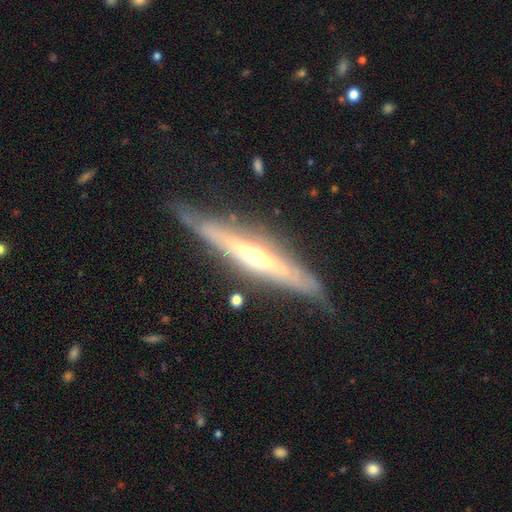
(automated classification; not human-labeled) The model was most divided on "merging": none: 73%, minor disturbance: 18%, major disturbance: 7%, merger: 2%. More confident: edge-on disk — yes (84%); smooth or featured — featured or disk (78%); edge-on bulge — rounded (77%).